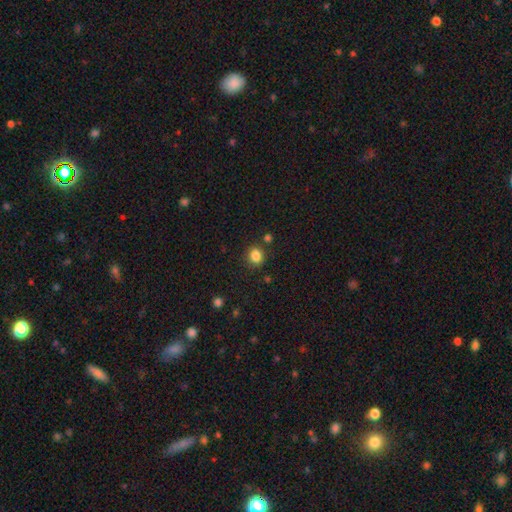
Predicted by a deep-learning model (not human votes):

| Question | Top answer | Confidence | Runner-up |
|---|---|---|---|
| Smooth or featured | smooth | 85% | star or artifact (11%) |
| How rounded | round | 73% | in between (26%) |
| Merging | none | 83% | minor disturbance (9%) |